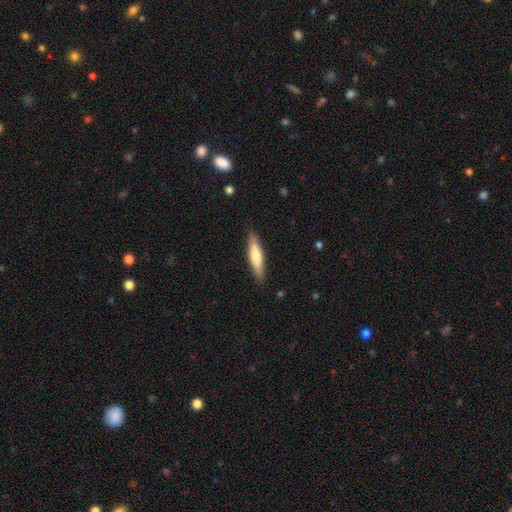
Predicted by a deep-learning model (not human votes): This appears to be a smooth galaxy with no disk features (60%) that is cigar-shaped (81%). Merging: none (88%).